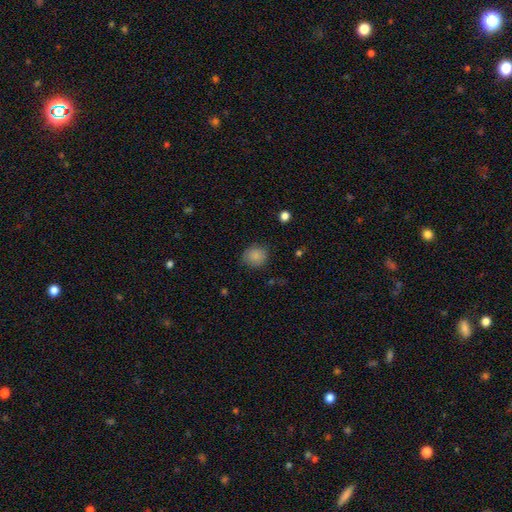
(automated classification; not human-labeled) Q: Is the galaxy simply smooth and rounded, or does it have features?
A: smooth — 85%.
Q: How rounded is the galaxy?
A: round — 79%.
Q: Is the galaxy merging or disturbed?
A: none — 80%.